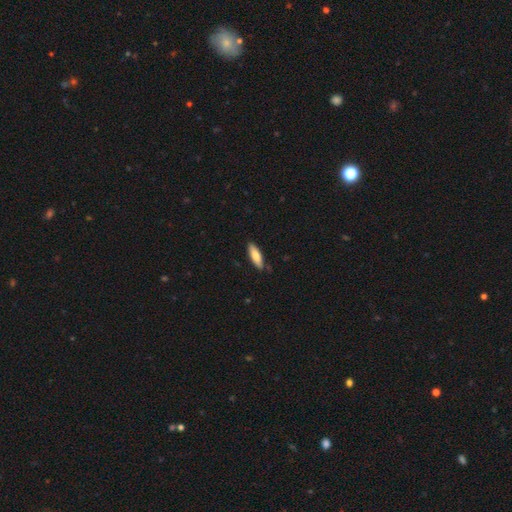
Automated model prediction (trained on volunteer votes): Smooth or featured?
  - smooth: 79% *
  - featured or disk: 16%
  - star or artifact: 5%
How rounded?
  - in between: 50% *
  - cigar-shaped: 49%
  - round: 2%
Merging?
  - none: 83% *
  - minor disturbance: 13%
  - major disturbance: 2%
  - merger: 2%